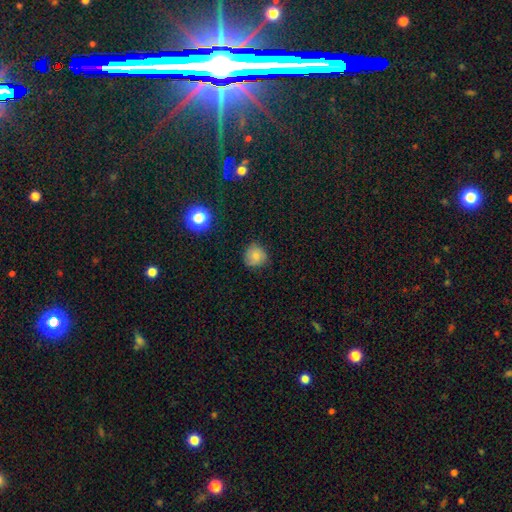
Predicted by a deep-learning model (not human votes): Smooth or featured?
  - smooth: 77% *
  - star or artifact: 13%
  - featured or disk: 11%
How rounded?
  - round: 88% *
  - in between: 11%
  - cigar-shaped: 1%
Merging?
  - none: 76% *
  - minor disturbance: 19%
  - major disturbance: 4%
  - merger: 1%